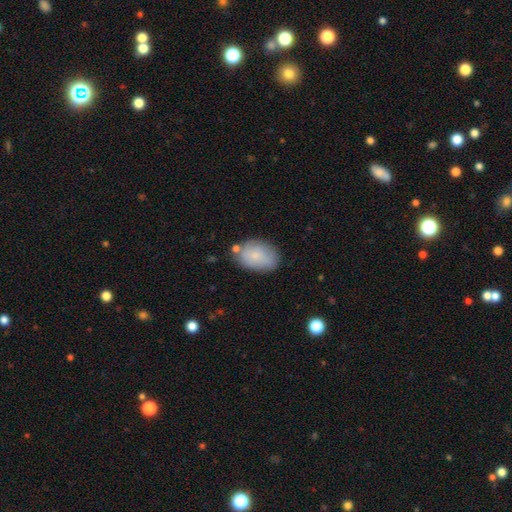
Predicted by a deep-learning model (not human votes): A smooth galaxy with no disk features (76%) that is in between round and cigar-shaped (88%). Merging: none (69%).